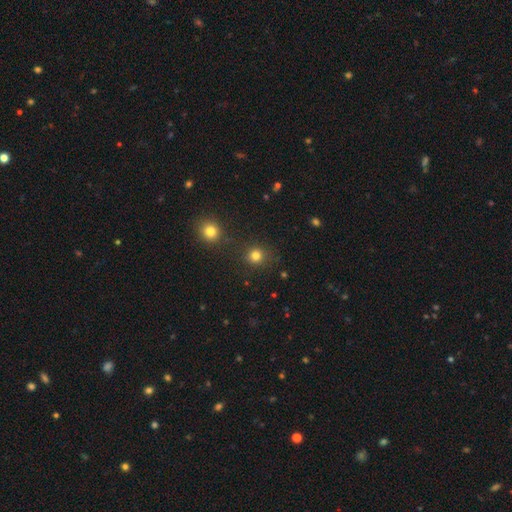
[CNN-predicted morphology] This is likely a smooth galaxy (79%). How rounded: clearly round (89%). Merging: clearly none (83%).